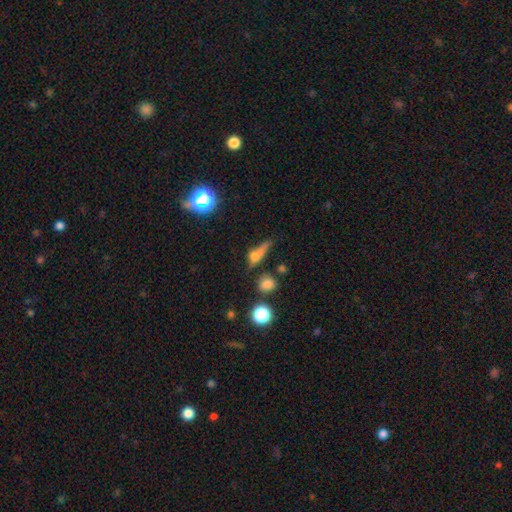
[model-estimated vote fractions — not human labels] Overall: smooth (56%; featured or disk 26%). How rounded: cigar-shaped (39%; in between 36%). Merging: none (39%; minor disturbance 23%).